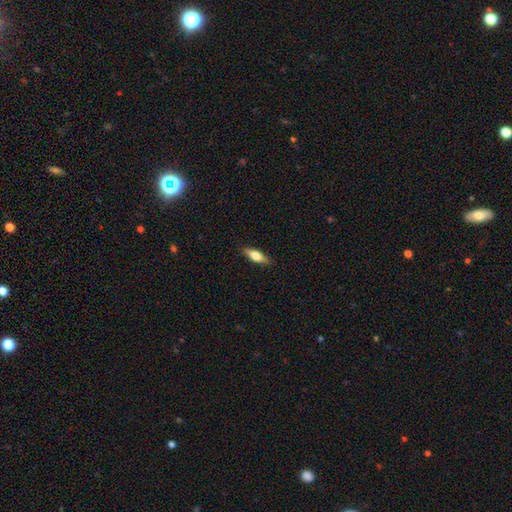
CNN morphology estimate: A smooth galaxy with no disk features (61%) that is in between round and cigar-shaped (51%).

Vote fractions:
- Smooth or featured? smooth: 61% / featured or disk: 33% / star or artifact: 7%
- How rounded? in between: 51% / cigar-shaped: 46% / round: 3%
- Merging? none: 87% / minor disturbance: 10% / major disturbance: 2% / merger: 1%